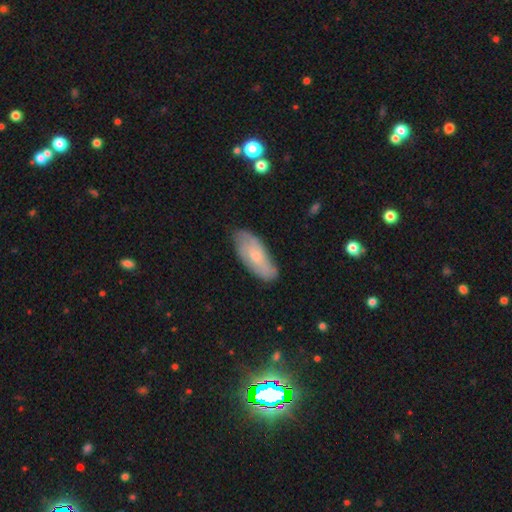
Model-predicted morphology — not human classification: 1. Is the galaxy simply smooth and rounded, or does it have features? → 53% smooth, 40% featured or disk, 7% star or artifact.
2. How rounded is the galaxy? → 80% in between, 18% cigar-shaped, 2% round.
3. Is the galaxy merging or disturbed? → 75% none, 20% minor disturbance, 4% major disturbance, 2% merger.